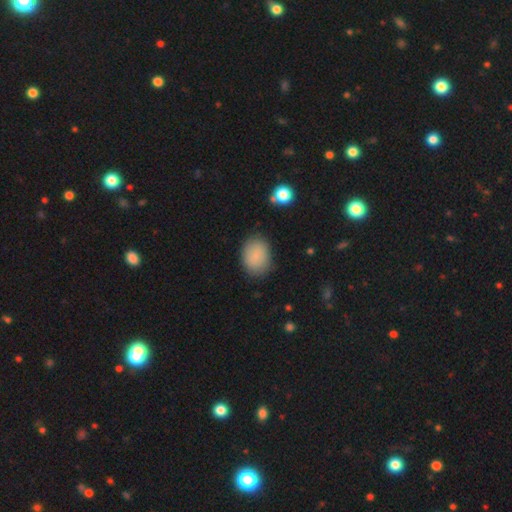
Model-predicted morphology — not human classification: This is clearly a smooth galaxy (84%). How rounded: likely in between (66%). Merging: clearly none (81%).